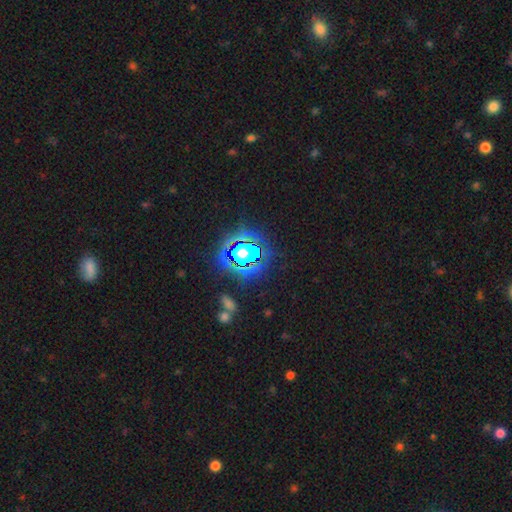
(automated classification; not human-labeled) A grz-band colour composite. It shows a star or artifact, not a galaxy (81%).